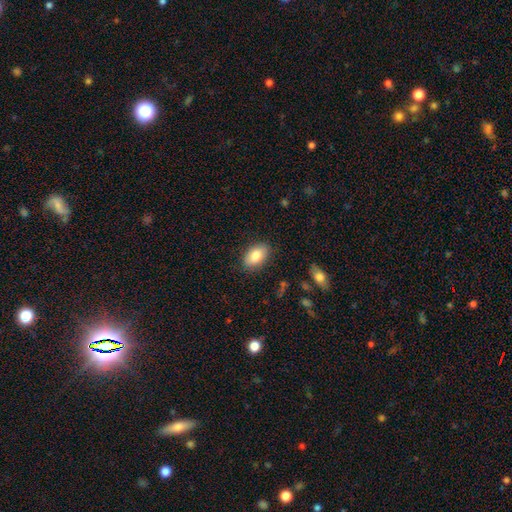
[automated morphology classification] Smooth or featured?
  - smooth: 82% *
  - featured or disk: 11%
  - star or artifact: 7%
How rounded?
  - in between: 91% *
  - round: 7%
  - cigar-shaped: 2%
Merging?
  - none: 85% *
  - minor disturbance: 11%
  - major disturbance: 3%
  - merger: 1%